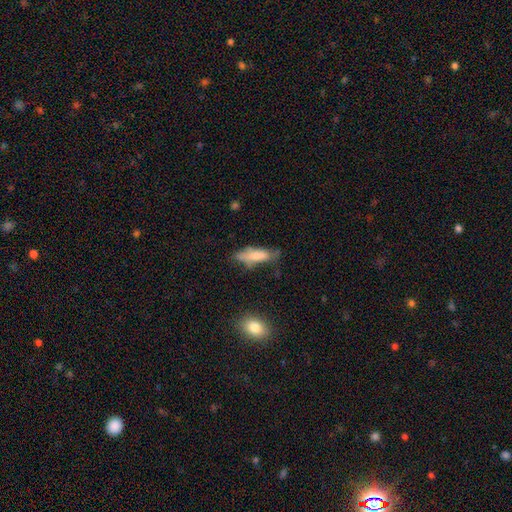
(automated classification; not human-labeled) This is likely a smooth galaxy (70%). How rounded: possibly in between (49%, tied with cigar-shaped). Merging: possibly none (53%).